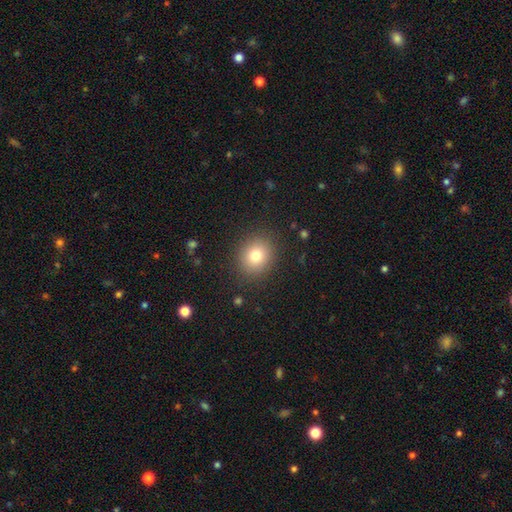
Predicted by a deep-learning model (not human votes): Morphology: type=smooth (78%); roundness=round (75%); merging=none (88%).